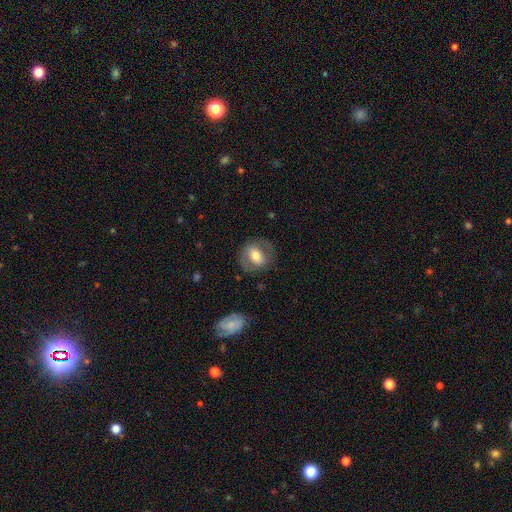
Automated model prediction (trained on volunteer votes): Smooth or featured?
  - smooth: 55% *
  - featured or disk: 38%
  - star or artifact: 7%
How rounded?
  - round: 56% *
  - in between: 43%
  - cigar-shaped: 2%
Merging?
  - none: 77% *
  - minor disturbance: 14%
  - major disturbance: 7%
  - merger: 1%